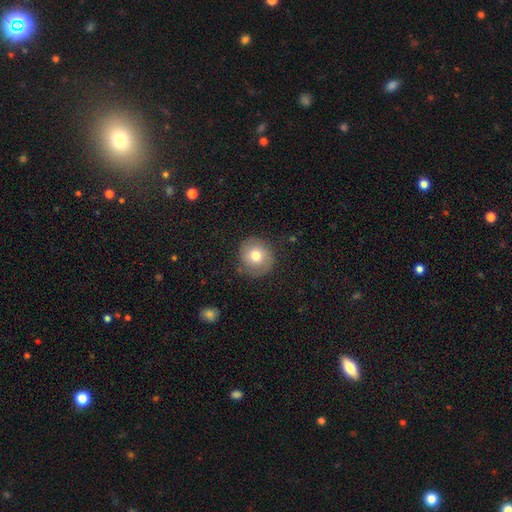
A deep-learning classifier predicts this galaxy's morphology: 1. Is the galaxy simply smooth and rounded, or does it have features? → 72% smooth, 19% featured or disk, 9% star or artifact.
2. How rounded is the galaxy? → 89% round, 10% in between, 1% cigar-shaped.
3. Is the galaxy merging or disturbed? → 83% none, 12% minor disturbance, 4% major disturbance, 1% merger.